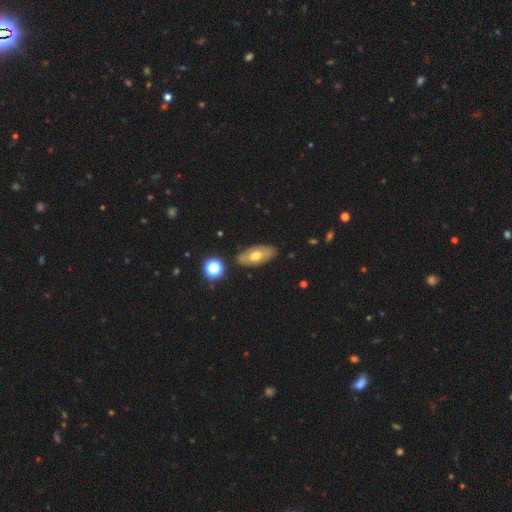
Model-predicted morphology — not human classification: Smooth or featured?
  - smooth: 51% *
  - featured or disk: 41%
  - star or artifact: 8%
How rounded?
  - in between: 87% *
  - cigar-shaped: 7%
  - round: 6%
Merging?
  - none: 81% *
  - minor disturbance: 13%
  - major disturbance: 3%
  - merger: 3%